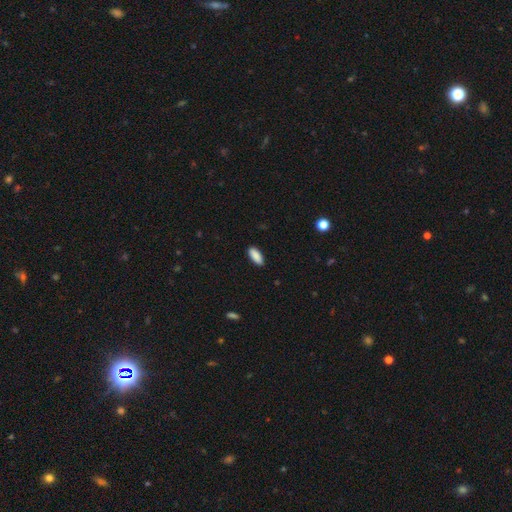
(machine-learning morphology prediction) This is clearly a smooth galaxy (89%). How rounded: clearly in between (81%). Merging: clearly none (88%).